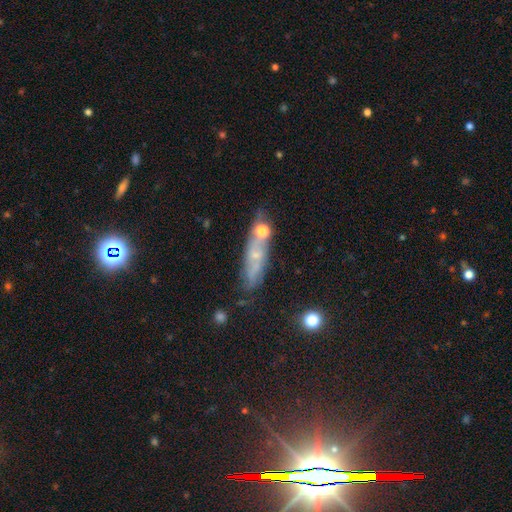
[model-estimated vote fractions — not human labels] Smooth or featured? Predicted: featured or disk (p=0.41). Merging? Predicted: none (p=0.60).